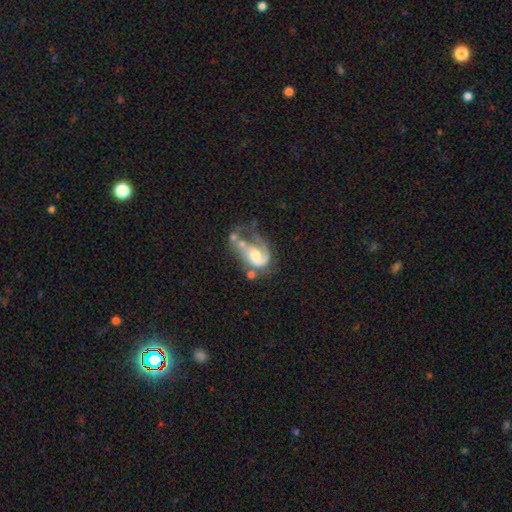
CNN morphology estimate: A featured or disk galaxy (75%) with no bar (65%), 1 (61%) medium (40%) spiral arms (84%) and a moderate central bulge (60%).

Vote fractions:
- Smooth or featured? featured or disk: 75% / smooth: 18% / star or artifact: 6%
- Edge-on disk? no: 98% / yes: 2%
- Bar? no: 65% / weak: 29% / strong: 7%
- Spiral arms? yes: 84% / no: 16%
- Spiral winding? medium: 40% / loose: 32% / tight: 28%
- Spiral arm count? 1: 61% / 2: 26% / can't tell: 9% / 3: 2% / 4: 1% / more than 4: 1%
- Bulge size? moderate: 60% / small: 22% / large: 12% / none: 4% / dominant: 2%
- Merging? major disturbance: 34% / merger: 28% / none: 22% / minor disturbance: 16%